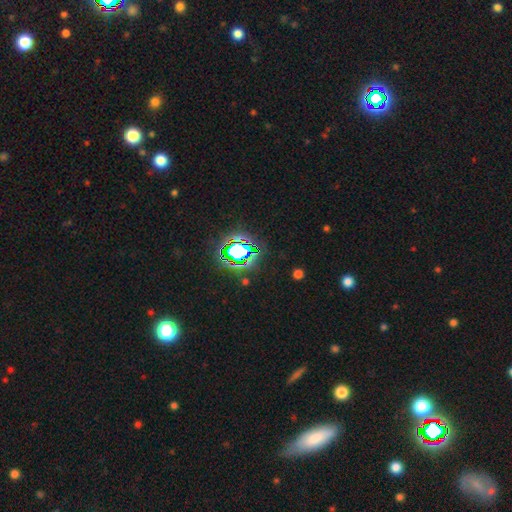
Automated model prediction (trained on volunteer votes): smooth_or_featured: star or artifact (p=0.70) [alt: smooth p=0.20]